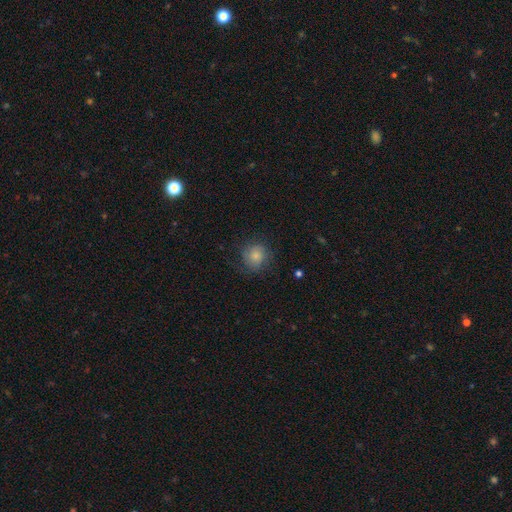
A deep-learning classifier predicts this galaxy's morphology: Smooth or featured: smooth — 77% (featured or disk — 14%)
How rounded: round — 87% (in between — 12%)
Merging: none — 71% (minor disturbance — 19%)